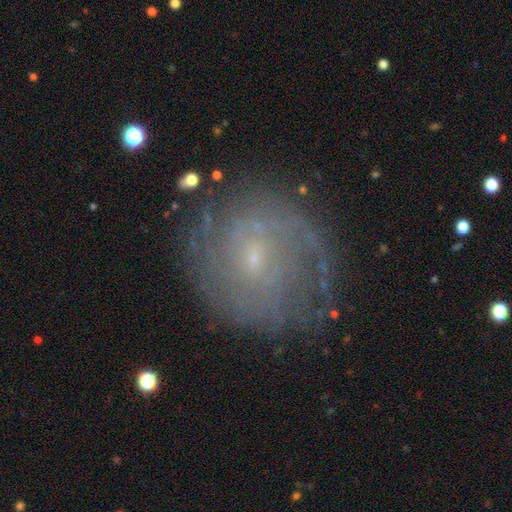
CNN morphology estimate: This appears to be a featured or disk galaxy (75%) with no bar (47%), tight (56%) spiral arms (90%) and a small central bulge (80%). Merging: none (77%).